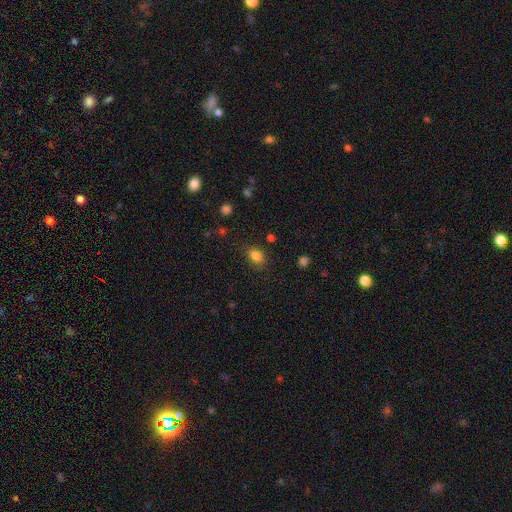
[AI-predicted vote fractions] A smooth galaxy with no disk features (83%) that is in between round and cigar-shaped (70%).

Vote fractions:
- Smooth or featured? smooth: 83% / star or artifact: 12% / featured or disk: 5%
- How rounded? in between: 70% / round: 29% / cigar-shaped: 1%
- Merging? none: 75% / minor disturbance: 17% / major disturbance: 5% / merger: 3%